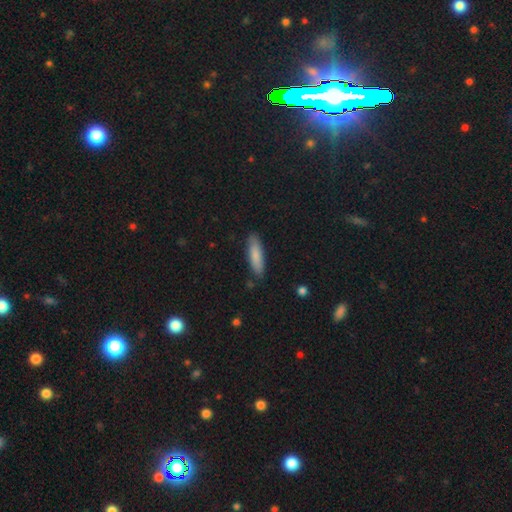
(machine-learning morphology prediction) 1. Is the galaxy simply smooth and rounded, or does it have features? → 83% smooth, 11% featured or disk, 6% star or artifact.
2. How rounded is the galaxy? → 69% cigar-shaped, 30% in between, 1% round.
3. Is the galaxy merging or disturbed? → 85% none, 11% minor disturbance, 2% major disturbance, 2% merger.